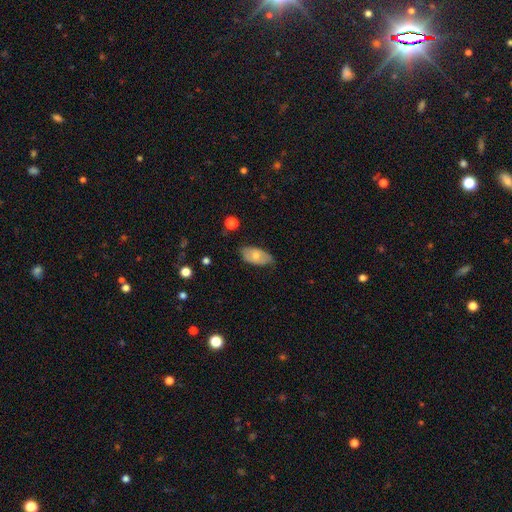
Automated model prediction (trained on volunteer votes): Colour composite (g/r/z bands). It shows a smooth galaxy with no disk features (67%) that is in between round and cigar-shaped (93%). Merging: none (70%).